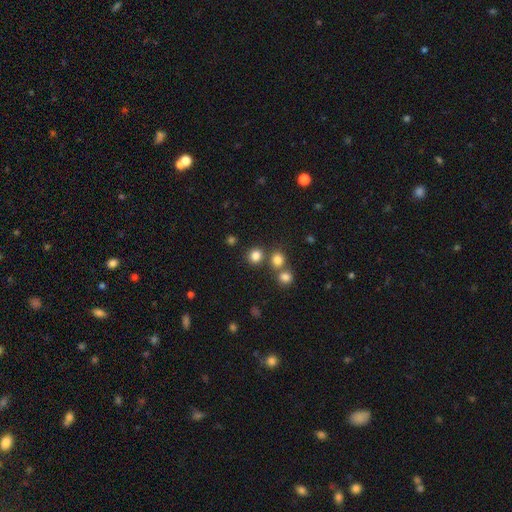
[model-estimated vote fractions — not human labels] Overall: smooth (80%). How rounded: round (88%). Merging: none (73%).